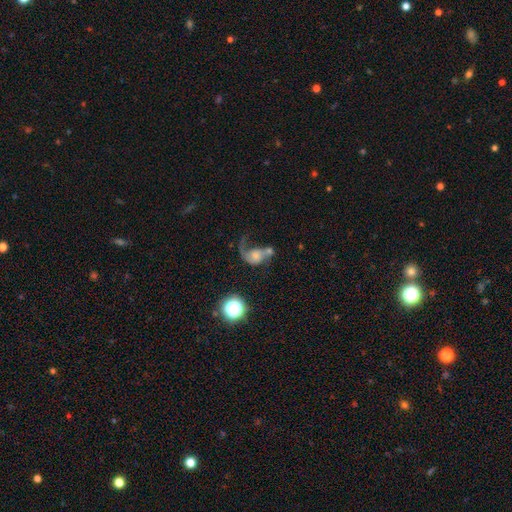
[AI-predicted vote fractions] Morphology: type=featured or disk (55%); edge-on=no (97%); bar=no (75%); spiral arms=yes (74%); bulge=small (35%); merging=major disturbance (38%).